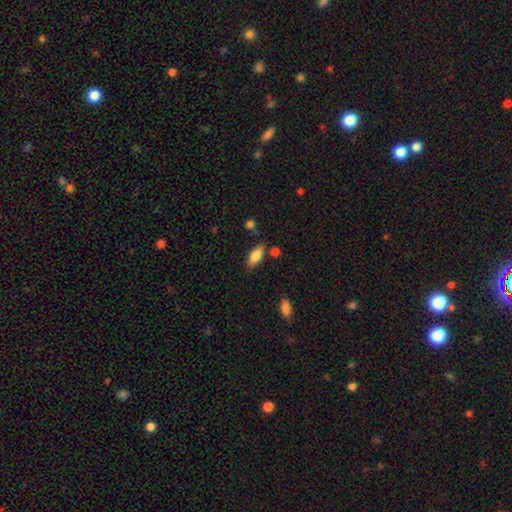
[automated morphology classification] Q: Smooth or featured?
A: smooth (82%); runner-up: featured or disk (11%)
Q: How rounded?
A: in between (83%); runner-up: cigar-shaped (14%)
Q: Merging?
A: none (77%); runner-up: minor disturbance (15%)